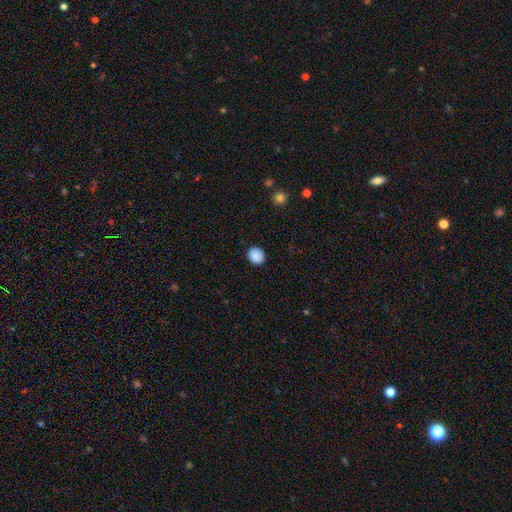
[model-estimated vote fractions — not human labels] Morphology: type=smooth (89%); roundness=round (73%); merging=none (90%).